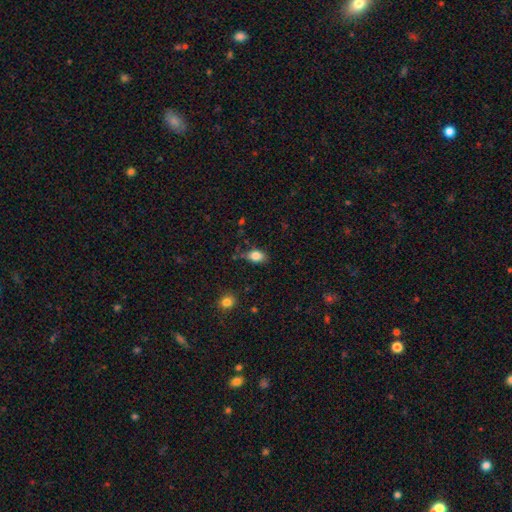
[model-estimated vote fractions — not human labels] Morphology: type=smooth (84%); roundness=in between (81%); merging=none (69%).